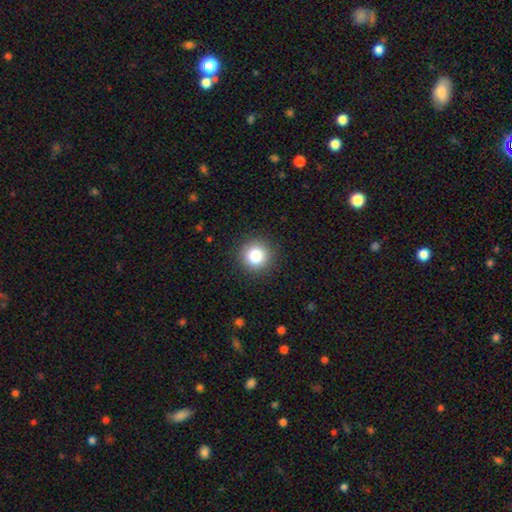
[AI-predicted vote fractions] A smooth galaxy with no disk features (83%) that is round (95%). Merging: none (91%).